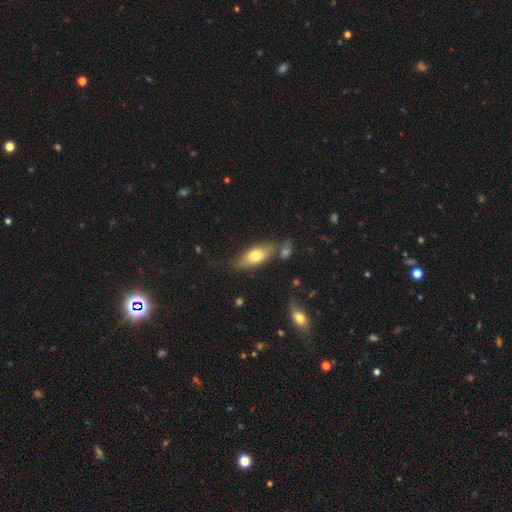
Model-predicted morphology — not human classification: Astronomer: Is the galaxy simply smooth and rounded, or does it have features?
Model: smooth — 68%.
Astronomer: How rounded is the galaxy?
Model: in between — 77%.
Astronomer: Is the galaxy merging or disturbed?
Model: none — 68%.